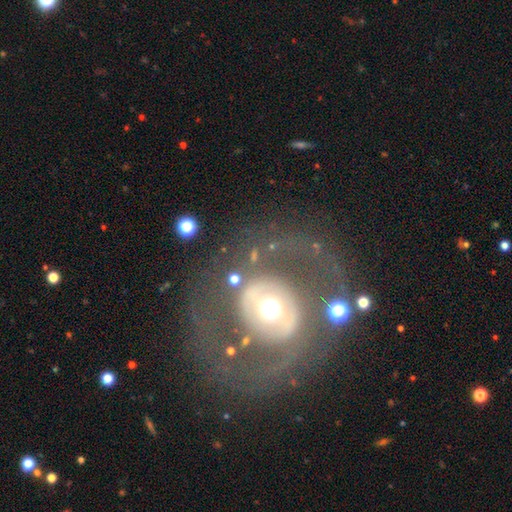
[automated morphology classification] A featured or disk galaxy (72%) with no bar (59%), no spiral arms (53%) and a moderate central bulge (59%).

Vote fractions:
- Smooth or featured? featured or disk: 72% / smooth: 20% / star or artifact: 8%
- Edge-on disk? no: 96% / yes: 4%
- Bar? no: 59% / weak: 26% / strong: 14%
- Spiral arms? no: 53% / yes: 47%
- Bulge size? moderate: 59% / large: 25% / small: 11% / dominant: 4% / none: 1%
- Merging? none: 72% / major disturbance: 13% / minor disturbance: 12% / merger: 3%